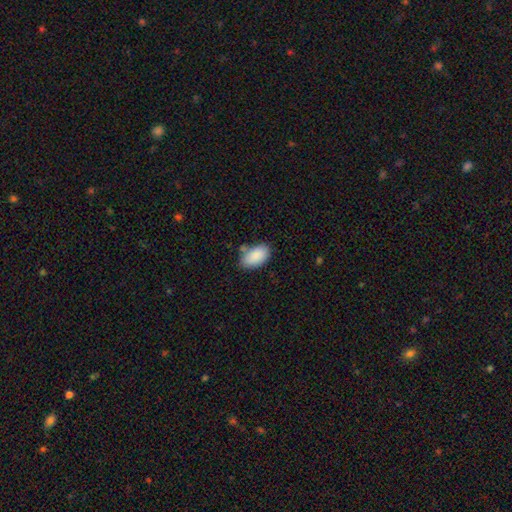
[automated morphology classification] A smooth galaxy with no disk features (89%) that is in between round and cigar-shaped (94%). Merging: none (69%).